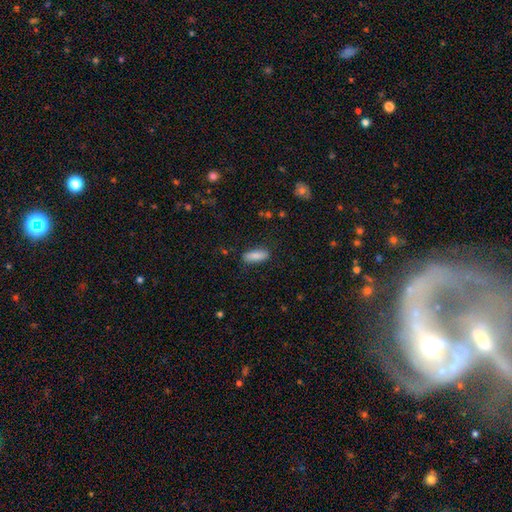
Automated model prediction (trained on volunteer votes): Smooth or featured: smooth — 86% (featured or disk — 7%)
How rounded: in between — 70% (cigar-shaped — 28%)
Merging: none — 85% (minor disturbance — 11%)